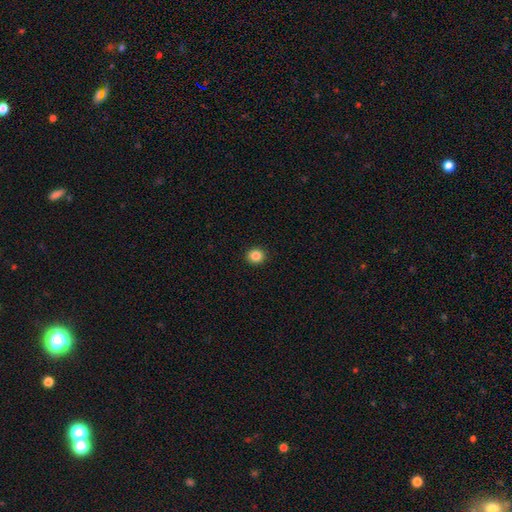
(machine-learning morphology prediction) Q: Smooth or featured?
A: smooth (85%); runner-up: star or artifact (11%)
Q: How rounded?
A: round (85%); runner-up: in between (14%)
Q: Merging?
A: none (92%); runner-up: minor disturbance (5%)